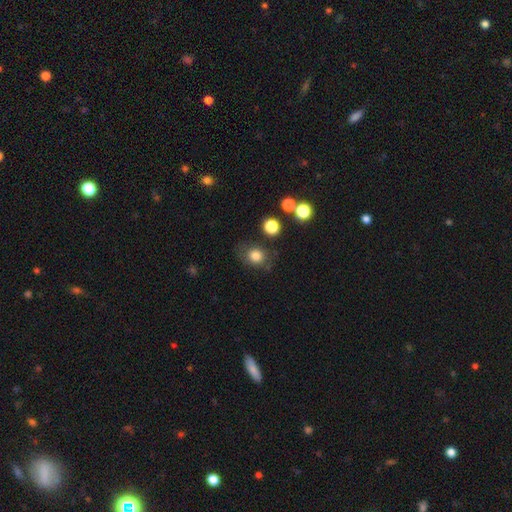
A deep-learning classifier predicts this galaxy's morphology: Smooth or featured? smooth (81%)
How rounded? round (62%)
Merging? none (73%)